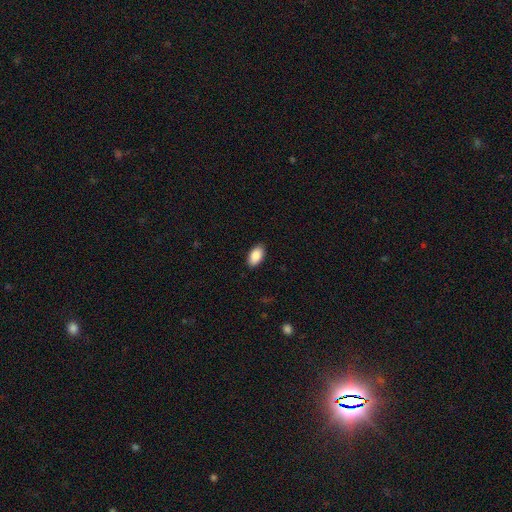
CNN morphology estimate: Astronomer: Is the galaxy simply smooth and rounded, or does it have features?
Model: smooth — 89%.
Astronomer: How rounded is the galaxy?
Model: in between — 95%.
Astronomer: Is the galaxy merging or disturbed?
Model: none — 88%.